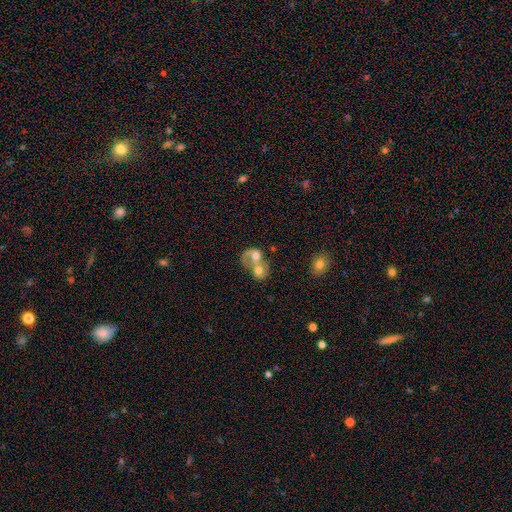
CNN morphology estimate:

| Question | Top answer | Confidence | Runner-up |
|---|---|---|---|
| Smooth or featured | smooth | 51% | featured or disk (40%) |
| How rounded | round | 56% | in between (43%) |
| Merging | merger | 80% | none (9%) |